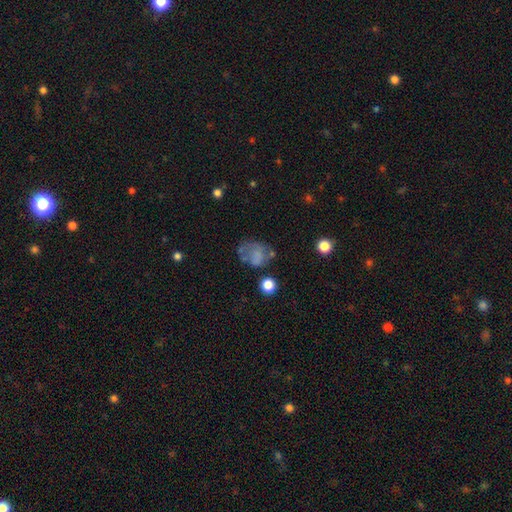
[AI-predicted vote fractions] Smooth or featured? smooth (58%)
How rounded? in between (55%)
Merging? none (38%)